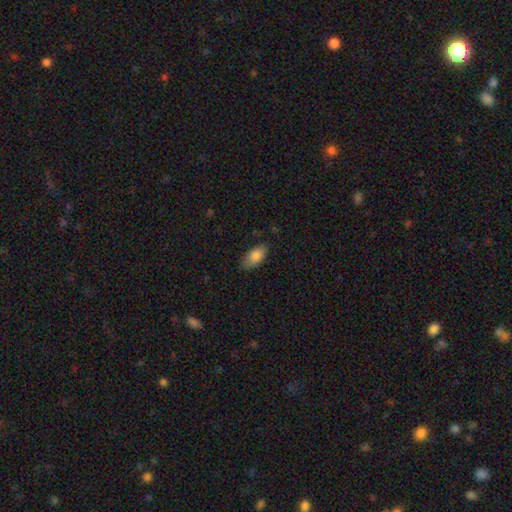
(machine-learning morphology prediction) Smooth or featured?
  - smooth: 85% *
  - featured or disk: 8%
  - star or artifact: 7%
How rounded?
  - in between: 92% *
  - cigar-shaped: 5%
  - round: 3%
Merging?
  - none: 78% *
  - minor disturbance: 17%
  - major disturbance: 3%
  - merger: 1%